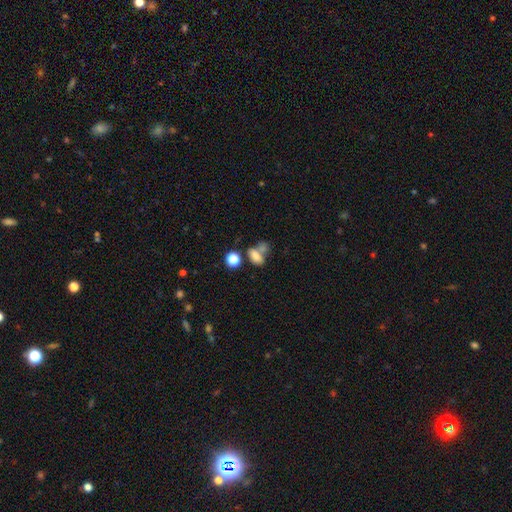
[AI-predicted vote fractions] Smooth or featured: smooth — 76% (star or artifact — 13%)
How rounded: in between — 79% (round — 18%)
Merging: merger — 45% (none — 32%)